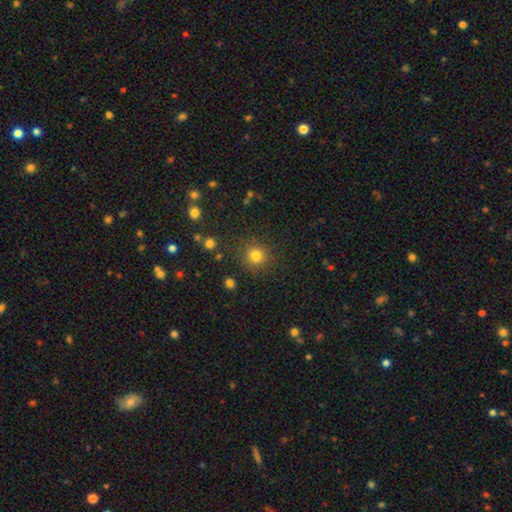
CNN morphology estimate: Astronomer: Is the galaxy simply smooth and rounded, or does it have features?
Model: smooth — 80%.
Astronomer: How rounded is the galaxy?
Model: round — 92%.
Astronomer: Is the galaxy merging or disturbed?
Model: none — 86%.